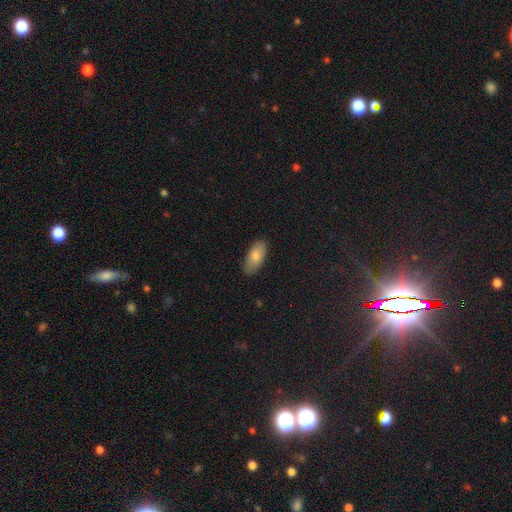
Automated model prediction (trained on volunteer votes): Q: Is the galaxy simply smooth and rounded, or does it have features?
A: smooth — 81%.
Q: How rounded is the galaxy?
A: in between — 90%.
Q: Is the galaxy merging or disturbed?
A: none — 85%.